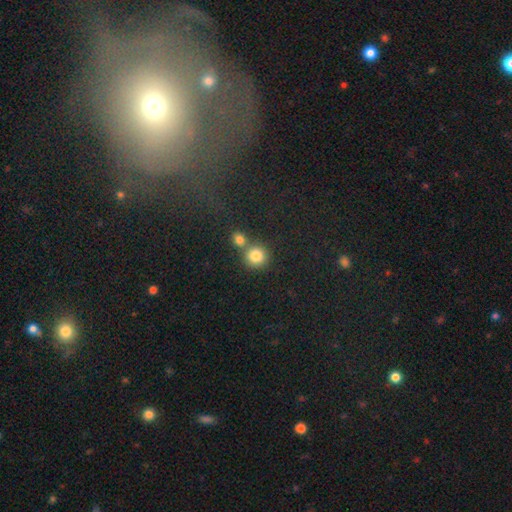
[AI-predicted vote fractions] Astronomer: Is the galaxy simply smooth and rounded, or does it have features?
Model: smooth — 81%.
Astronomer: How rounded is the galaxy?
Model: round — 90%.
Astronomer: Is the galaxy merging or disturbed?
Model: none — 53% (runner-up: merger, 38%).